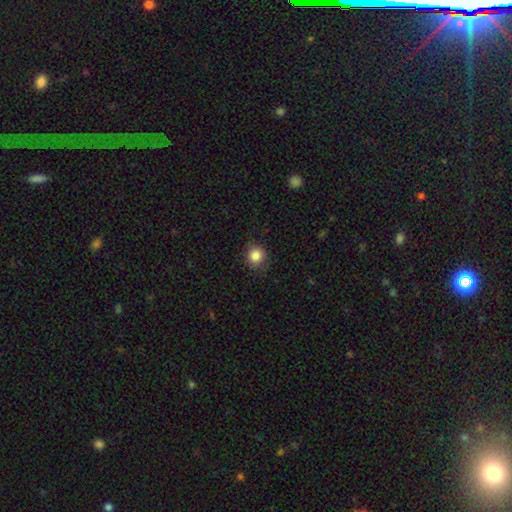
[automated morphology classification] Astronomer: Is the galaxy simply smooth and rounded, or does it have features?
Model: smooth — 85%.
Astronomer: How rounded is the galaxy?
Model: round — 87%.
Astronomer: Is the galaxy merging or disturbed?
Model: none — 83%.